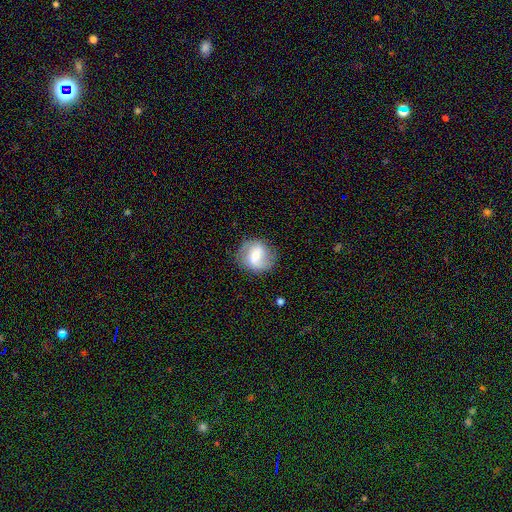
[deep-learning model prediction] A featured or disk galaxy (60%) with a weak bar (48%), spiral arms (83%) and a moderate central bulge (53%). Merging: none (79%).